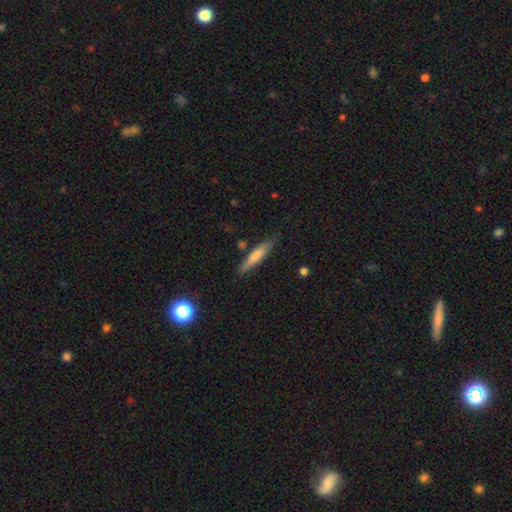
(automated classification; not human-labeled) This is likely a smooth galaxy (65%). How rounded: clearly cigar-shaped (88%). Merging: clearly none (83%).